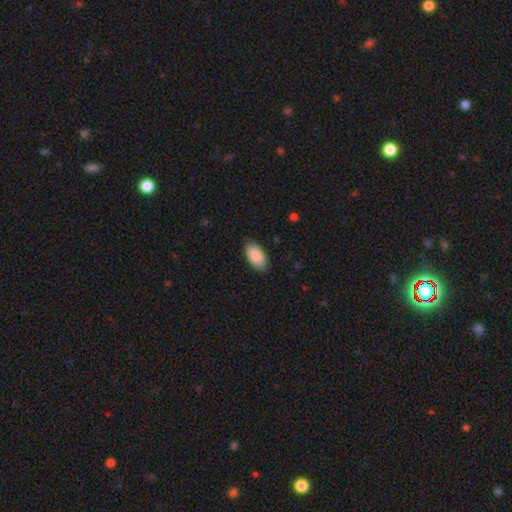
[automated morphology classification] smooth_or_featured: smooth (p=0.88) [alt: featured or disk p=0.06]
how_rounded: in between (p=0.95) [alt: round p=0.03]
merging: none (p=0.83) [alt: minor disturbance p=0.13]